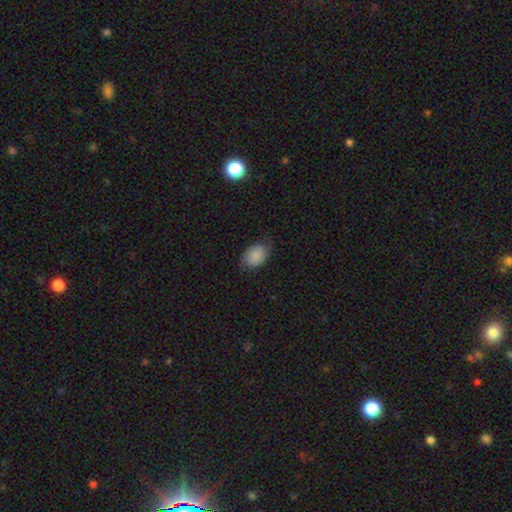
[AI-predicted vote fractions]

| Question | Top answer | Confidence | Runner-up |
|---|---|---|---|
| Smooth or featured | smooth | 76% | featured or disk (16%) |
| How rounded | in between | 81% | round (18%) |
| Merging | none | 66% | minor disturbance (25%) |